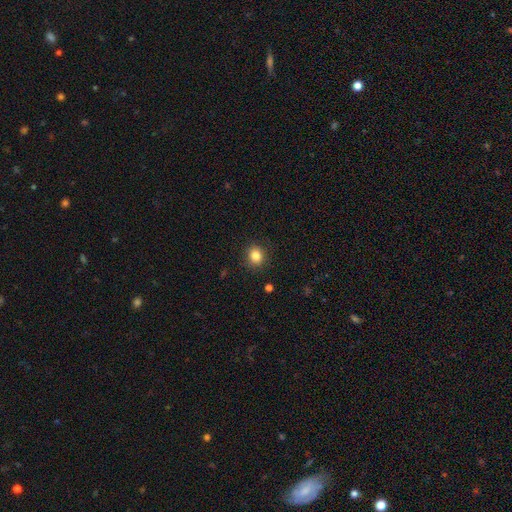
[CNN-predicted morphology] A smooth galaxy with no disk features (84%) that is round (76%).

Vote fractions:
- Smooth or featured? smooth: 84% / star or artifact: 11% / featured or disk: 5%
- How rounded? round: 76% / in between: 23% / cigar-shaped: 1%
- Merging? none: 88% / minor disturbance: 9% / major disturbance: 2% / merger: 1%